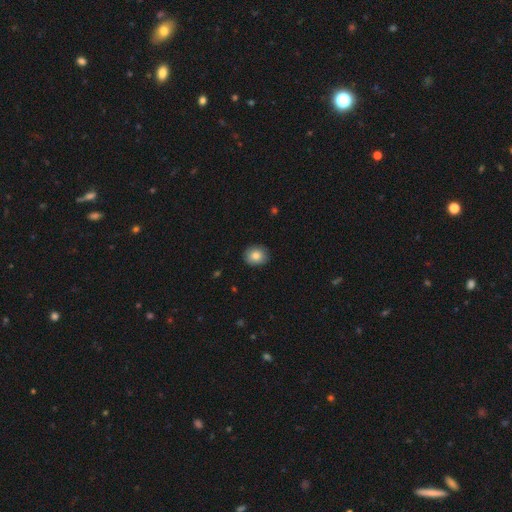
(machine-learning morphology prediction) Smooth or featured: smooth — 84% (featured or disk — 8%)
How rounded: round — 64% (in between — 35%)
Merging: none — 88% (minor disturbance — 9%)